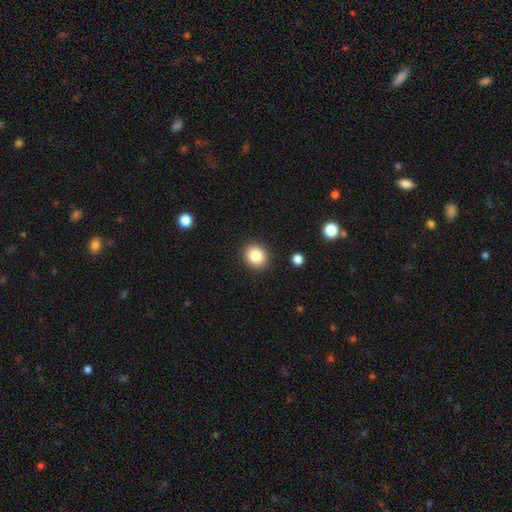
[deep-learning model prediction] A smooth galaxy with no disk features (83%) that is round (75%). Merging: none (90%).